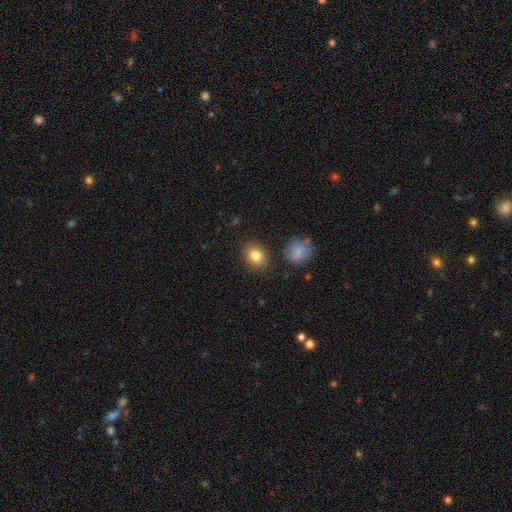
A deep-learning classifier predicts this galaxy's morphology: type=smooth (83%); roundness=round (64%); merging=none (85%).